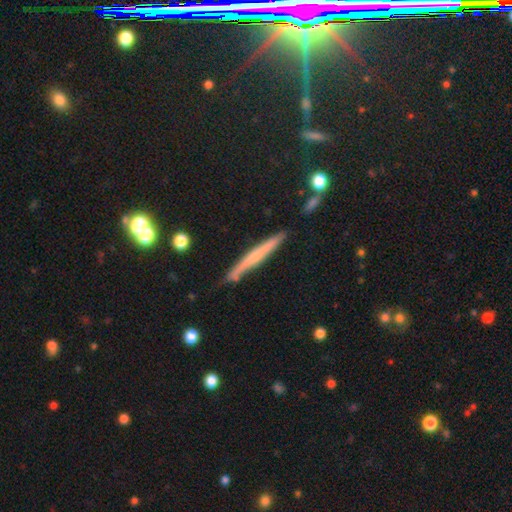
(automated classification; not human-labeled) Smooth or featured? featured or disk (48%)
Merging? none (85%)